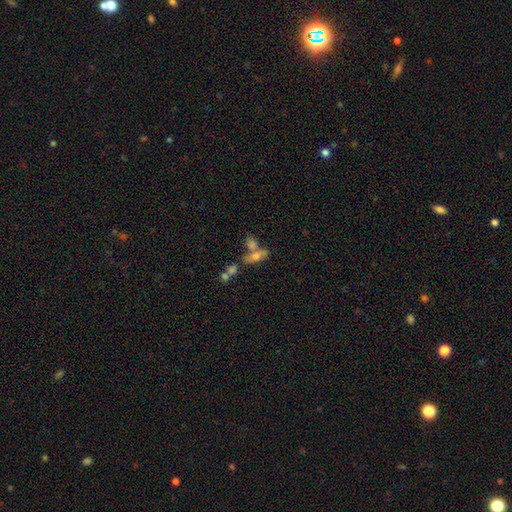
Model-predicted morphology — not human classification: Smooth or featured? Predicted: smooth (p=0.56). How rounded? Predicted: in between (p=0.63). Merging? Predicted: merger (p=0.44).